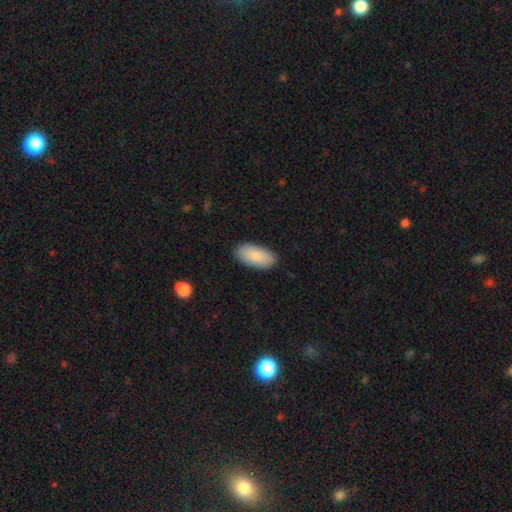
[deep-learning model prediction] Smooth or featured? smooth (87%)
How rounded? in between (93%)
Merging? none (88%)